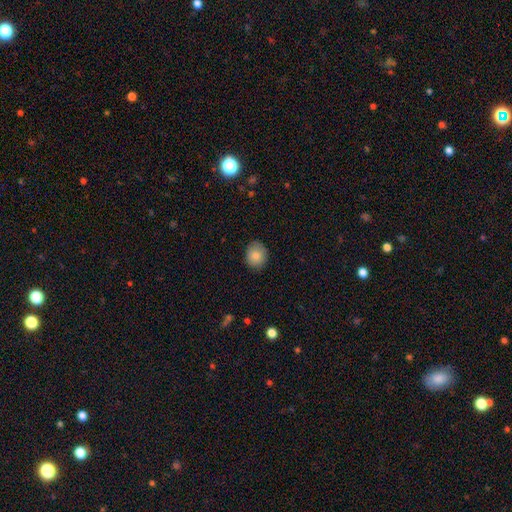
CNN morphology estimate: Smooth or featured? smooth (84%)
How rounded? round (61%)
Merging? none (83%)